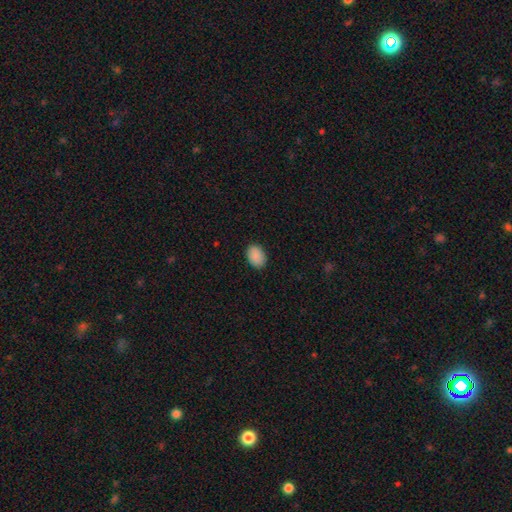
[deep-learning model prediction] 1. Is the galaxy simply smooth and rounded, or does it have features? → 90% smooth, 7% star or artifact, 3% featured or disk.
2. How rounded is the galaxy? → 80% in between, 19% round, 1% cigar-shaped.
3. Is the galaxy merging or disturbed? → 88% none, 9% minor disturbance, 2% major disturbance, 1% merger.